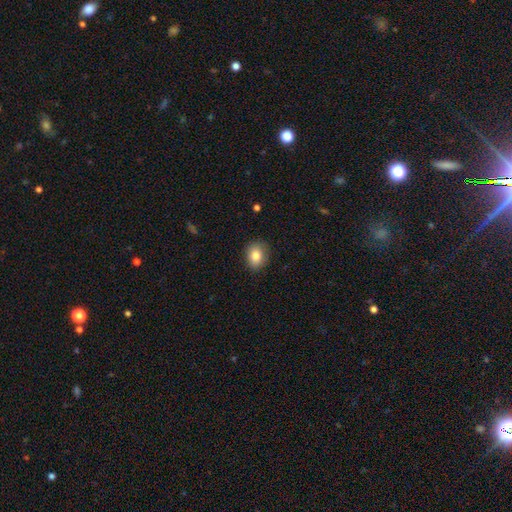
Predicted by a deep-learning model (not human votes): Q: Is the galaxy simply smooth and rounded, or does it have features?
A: smooth — 84%.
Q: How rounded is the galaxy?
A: in between — 54%.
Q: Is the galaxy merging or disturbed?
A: none — 85%.